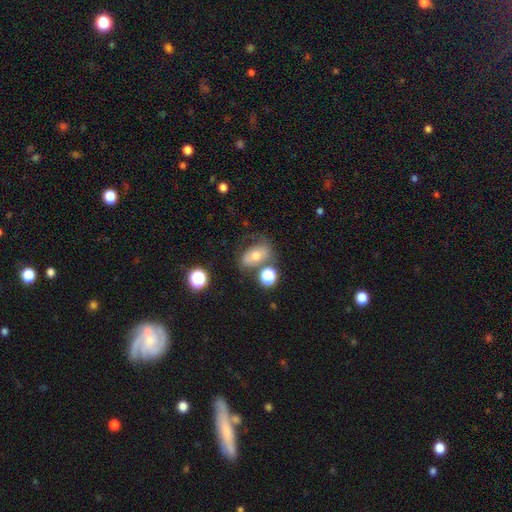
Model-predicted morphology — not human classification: This appears to be a smooth galaxy with no disk features (52%) that is in between round and cigar-shaped (77%). Merging: none (48%).